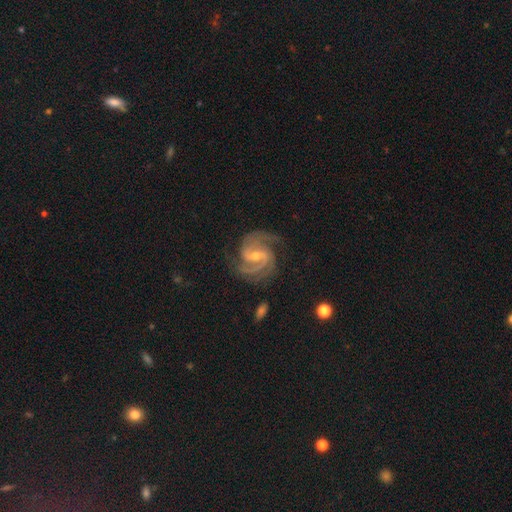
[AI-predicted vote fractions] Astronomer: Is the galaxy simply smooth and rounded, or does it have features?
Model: featured or disk — 93%.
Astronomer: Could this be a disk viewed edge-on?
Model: no — 98%.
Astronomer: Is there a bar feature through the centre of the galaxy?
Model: weak — 49% (runner-up: strong, 33%).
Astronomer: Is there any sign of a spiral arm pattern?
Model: yes — 99%.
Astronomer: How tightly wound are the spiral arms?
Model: medium — 50% (runner-up: tight, 44%).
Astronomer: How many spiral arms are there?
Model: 2 — 52% (runner-up: 3, 34%).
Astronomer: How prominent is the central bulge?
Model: moderate — 50% (runner-up: small, 47%).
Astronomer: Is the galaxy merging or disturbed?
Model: none — 76%.